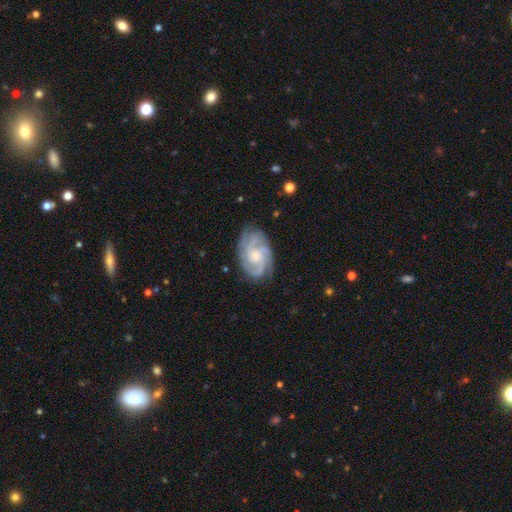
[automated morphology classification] smooth-or-featured: featured or disk: 87% | smooth: 8% | star or artifact: 5%
  disk-edge-on: no: 97% | yes: 3%
    bar: no: 69% | weak: 27% | strong: 4%
    has-spiral-arms: yes: 98% | no: 2%
      spiral-winding: tight: 58% | medium: 36% | loose: 6%
      spiral-arm-count: 3: 42% | 4: 20% | can't tell: 14% | 2: 13% | more than 4: 5% | 1: 5%
    bulge-size: moderate: 50% | small: 36% | large: 7% | none: 6% | dominant: 1%
  merging: none: 77% | minor disturbance: 17% | major disturbance: 5% | merger: 1%